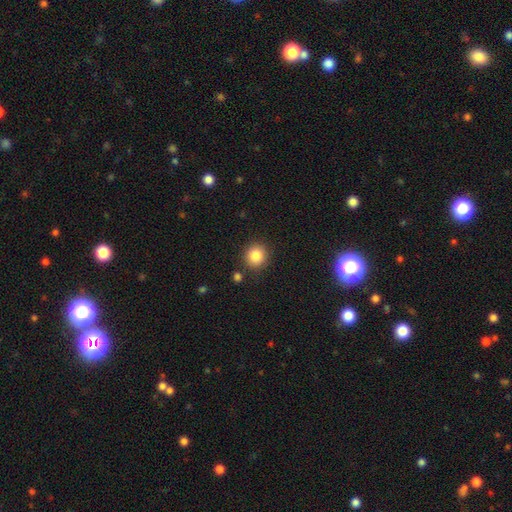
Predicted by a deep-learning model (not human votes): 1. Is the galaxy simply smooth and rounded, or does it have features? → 85% smooth, 10% star or artifact, 5% featured or disk.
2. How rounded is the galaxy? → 89% round, 10% in between, 1% cigar-shaped.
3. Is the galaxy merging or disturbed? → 86% none, 8% minor disturbance, 3% merger, 2% major disturbance.